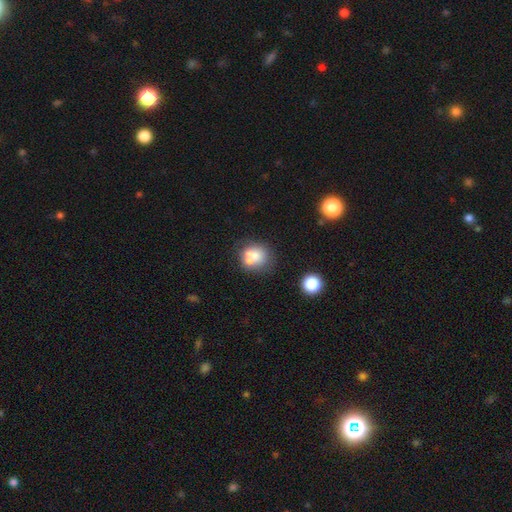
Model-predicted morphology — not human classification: Smooth or featured? smooth (66%)
How rounded? round (70%)
Merging? none (42%)